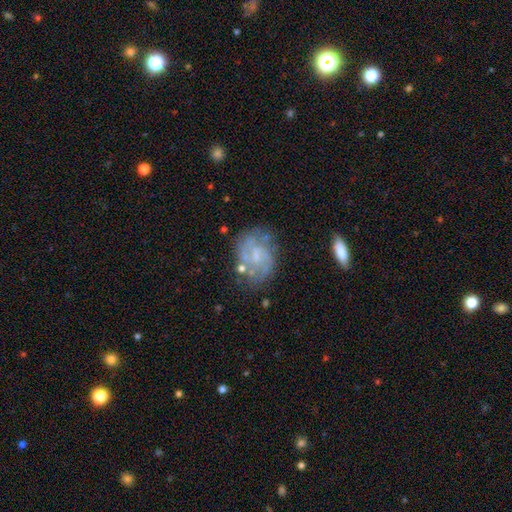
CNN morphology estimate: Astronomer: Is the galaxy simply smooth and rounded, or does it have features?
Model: featured or disk — 74%.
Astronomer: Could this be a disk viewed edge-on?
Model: no — 98%.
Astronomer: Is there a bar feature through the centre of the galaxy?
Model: weak — 46% (runner-up: no, 45%).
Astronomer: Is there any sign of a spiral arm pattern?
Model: yes — 84%.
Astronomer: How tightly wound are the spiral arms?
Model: medium — 46% (runner-up: tight, 34%).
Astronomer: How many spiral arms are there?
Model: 2 — 59%.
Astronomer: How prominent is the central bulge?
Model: small — 51%.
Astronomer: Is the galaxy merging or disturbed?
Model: none — 62%.